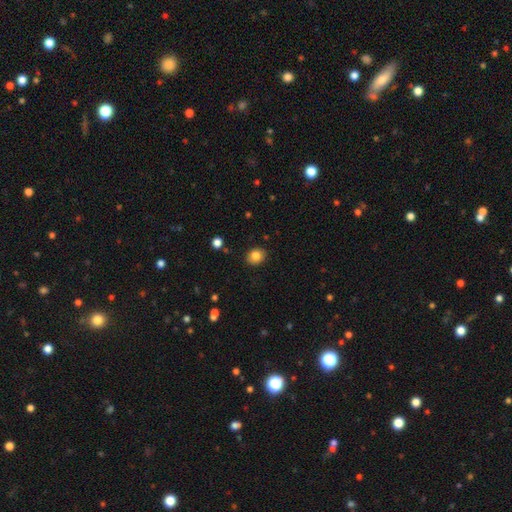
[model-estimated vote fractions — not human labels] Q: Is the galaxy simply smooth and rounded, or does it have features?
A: smooth — 84%.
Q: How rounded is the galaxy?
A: round — 63%.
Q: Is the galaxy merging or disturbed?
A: none — 88%.